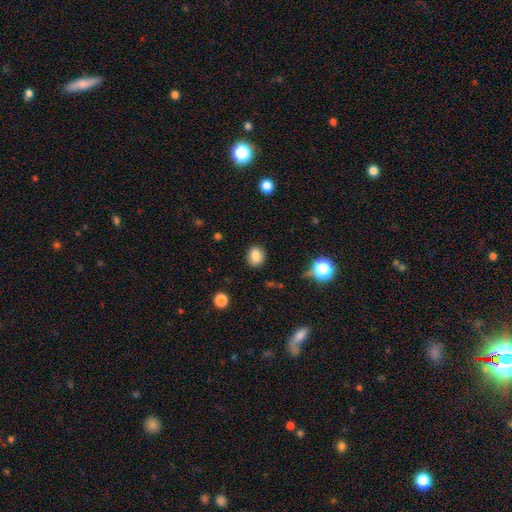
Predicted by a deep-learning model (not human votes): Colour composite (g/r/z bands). It shows a smooth galaxy with no disk features (84%) that is round (58%). Merging: none (87%).